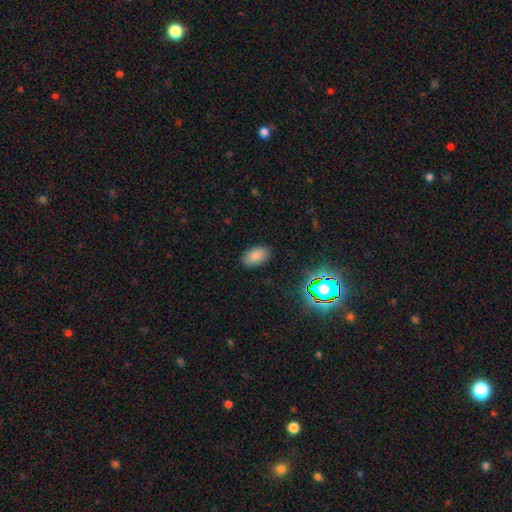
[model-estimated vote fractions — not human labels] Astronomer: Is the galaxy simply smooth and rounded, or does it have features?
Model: smooth — 81%.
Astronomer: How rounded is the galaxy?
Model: in between — 92%.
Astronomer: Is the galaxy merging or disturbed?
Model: none — 87%.